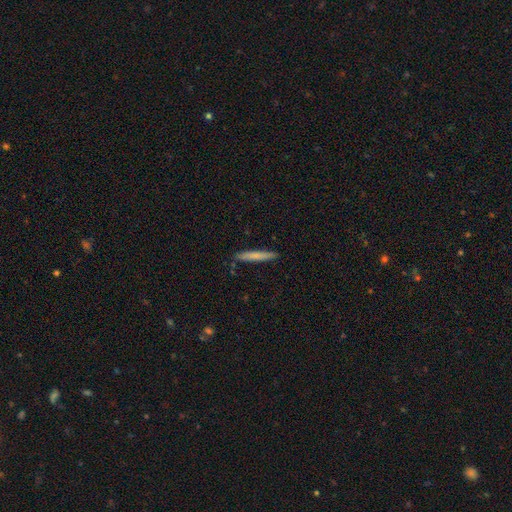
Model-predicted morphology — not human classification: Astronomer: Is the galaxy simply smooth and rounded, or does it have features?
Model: smooth — 72%.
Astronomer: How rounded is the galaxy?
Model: cigar-shaped — 95%.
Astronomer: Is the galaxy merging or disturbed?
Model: none — 88%.